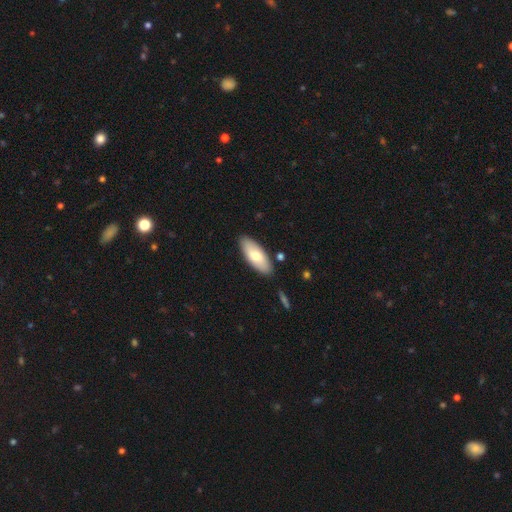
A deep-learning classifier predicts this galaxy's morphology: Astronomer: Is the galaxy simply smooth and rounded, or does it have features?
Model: smooth — 73%.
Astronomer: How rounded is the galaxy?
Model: in between — 81%.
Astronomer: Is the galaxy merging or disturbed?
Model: none — 86%.